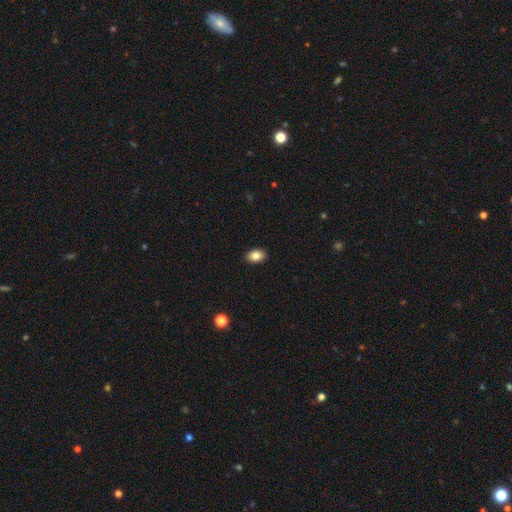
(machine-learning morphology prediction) Smooth or featured: smooth — 83% (star or artifact — 8%)
How rounded: in between — 86% (round — 13%)
Merging: none — 90% (minor disturbance — 7%)